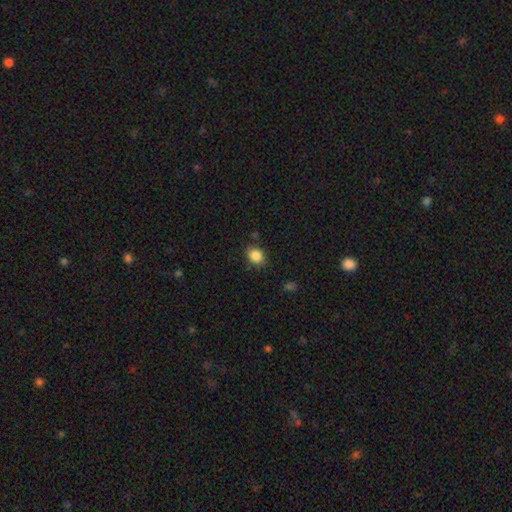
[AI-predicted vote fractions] This appears to be a smooth galaxy with no disk features (87%) that is in between round and cigar-shaped (53%). Merging: none (82%).